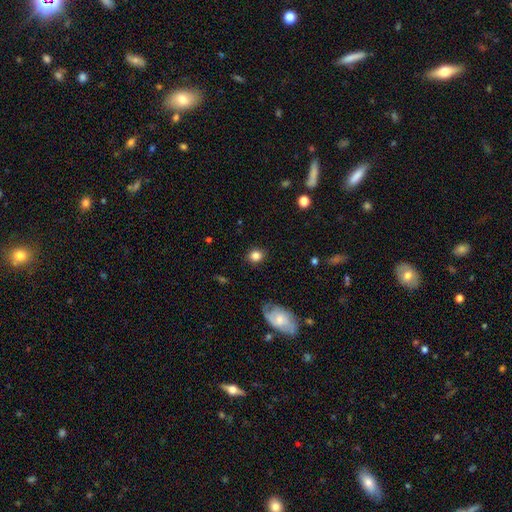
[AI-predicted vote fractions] This appears to be a smooth galaxy with no disk features (83%) that is round (72%). Merging: none (85%).